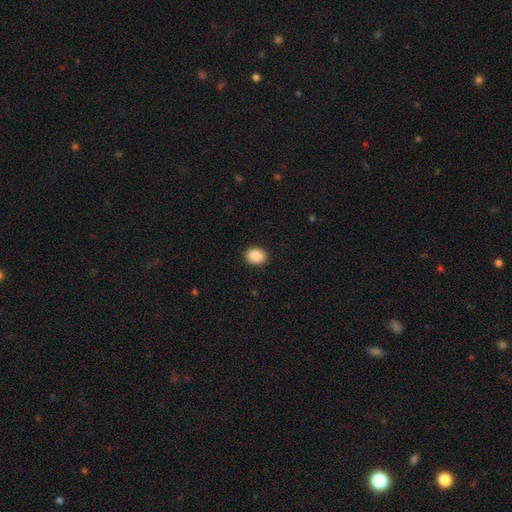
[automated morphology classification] Smooth or featured?
  - smooth: 90% *
  - star or artifact: 7%
  - featured or disk: 3%
How rounded?
  - in between: 58% *
  - round: 41%
  - cigar-shaped: 1%
Merging?
  - none: 91% *
  - minor disturbance: 6%
  - major disturbance: 2%
  - merger: 1%